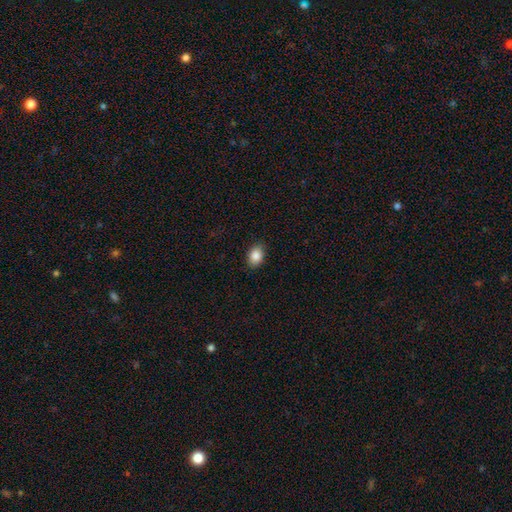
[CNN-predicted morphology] smooth 87%, star or artifact 8%, featured or disk 5%. Down the decision tree: how rounded — in between (78%); merging — none (87%).